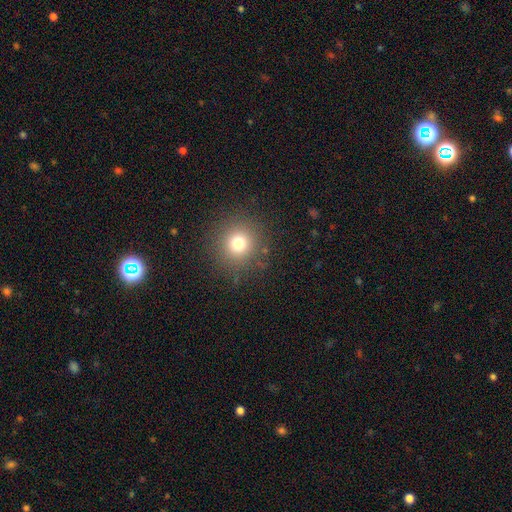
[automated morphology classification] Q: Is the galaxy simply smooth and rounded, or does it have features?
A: smooth — 67%.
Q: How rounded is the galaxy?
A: round — 95%.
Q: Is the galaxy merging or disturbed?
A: none — 92%.